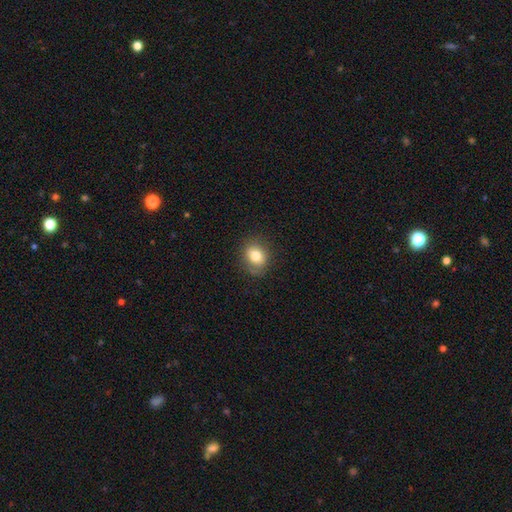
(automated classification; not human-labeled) A smooth galaxy with no disk features (78%) that is round (56%). Merging: none (79%).